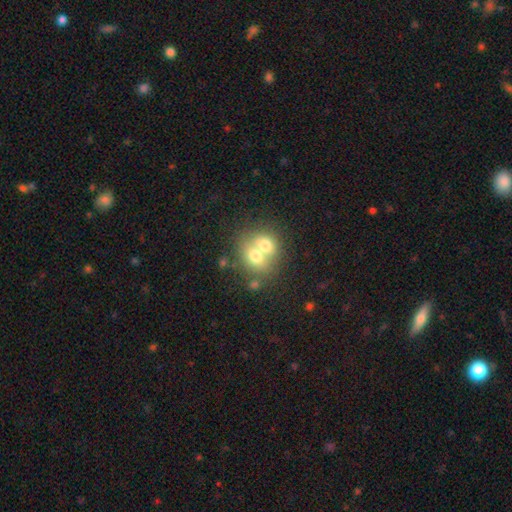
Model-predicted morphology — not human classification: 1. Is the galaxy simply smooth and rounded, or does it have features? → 63% smooth, 27% featured or disk, 11% star or artifact.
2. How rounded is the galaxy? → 59% round, 40% in between, 1% cigar-shaped.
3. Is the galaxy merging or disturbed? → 69% merger, 23% none, 6% minor disturbance, 3% major disturbance.